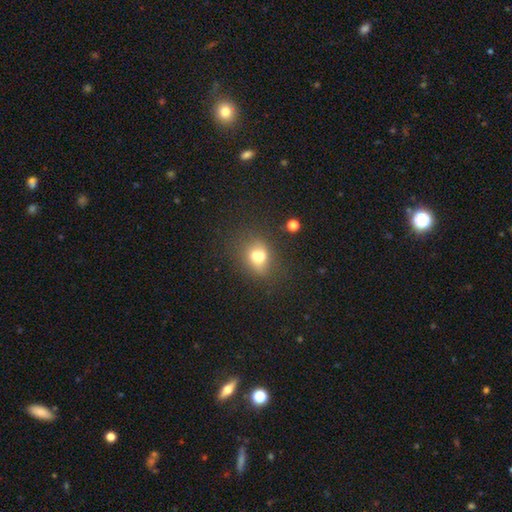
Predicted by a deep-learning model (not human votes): Smooth or featured? Predicted: smooth (p=0.65). How rounded? Predicted: in between (p=0.50). Merging? Predicted: none (p=0.42).